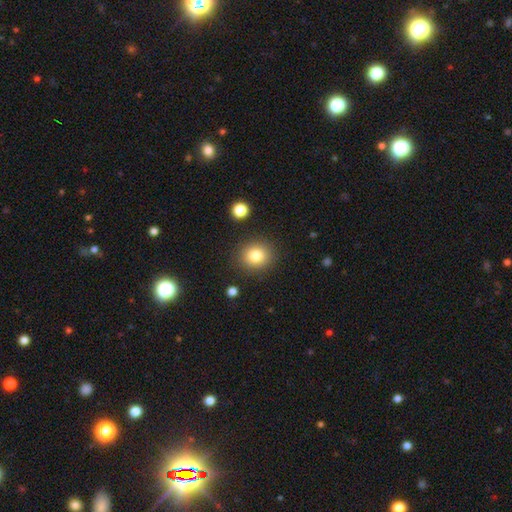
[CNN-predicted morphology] Smooth or featured: smooth — 81% (star or artifact — 11%)
How rounded: round — 81% (in between — 18%)
Merging: none — 87% (minor disturbance — 8%)